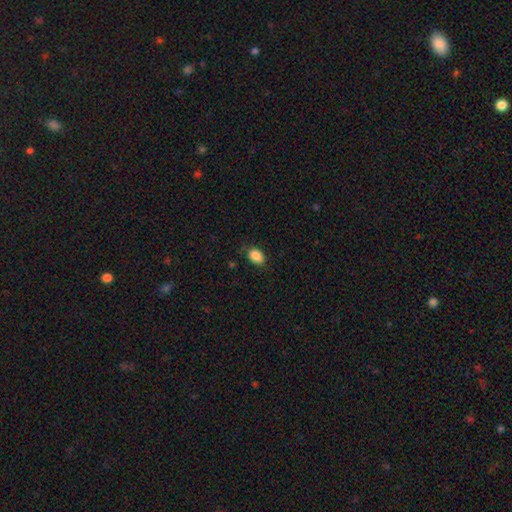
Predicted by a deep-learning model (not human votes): Smooth or featured: smooth — 88% (star or artifact — 8%)
How rounded: in between — 85% (round — 13%)
Merging: none — 80% (minor disturbance — 16%)